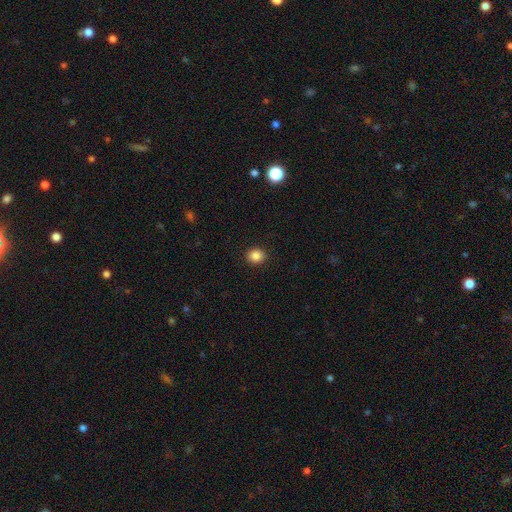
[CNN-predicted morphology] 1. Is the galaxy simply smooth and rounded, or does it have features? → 86% smooth, 10% star or artifact, 4% featured or disk.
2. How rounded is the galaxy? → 75% round, 24% in between, 1% cigar-shaped.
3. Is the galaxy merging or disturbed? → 91% none, 6% minor disturbance, 2% major disturbance, 1% merger.